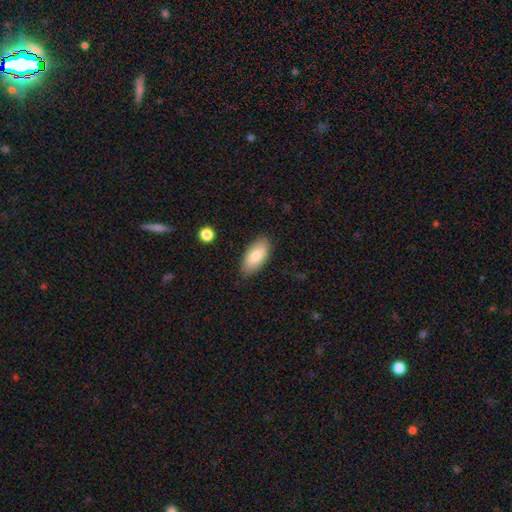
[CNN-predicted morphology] smooth-or-featured: smooth: 80% | featured or disk: 13% | star or artifact: 6%
  how-rounded: in between: 92% | cigar-shaped: 5% | round: 2%
  merging: none: 83% | minor disturbance: 13% | major disturbance: 2% | merger: 1%